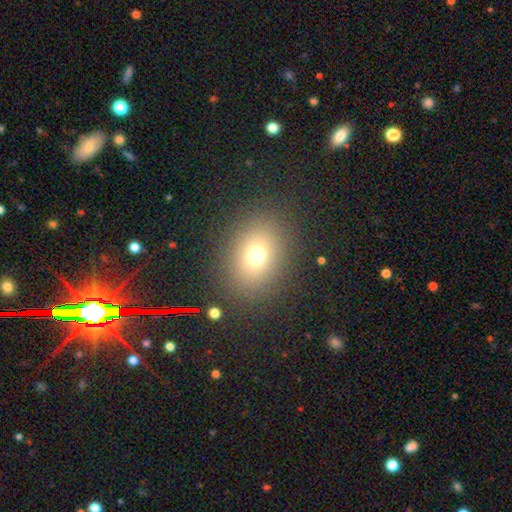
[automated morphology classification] type=smooth (72%); roundness=in between (56%); merging=none (85%).